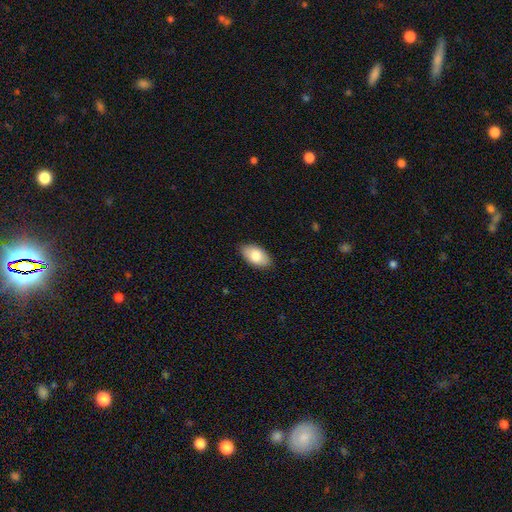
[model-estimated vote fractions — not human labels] Smooth or featured?
  - smooth: 81% *
  - featured or disk: 13%
  - star or artifact: 6%
How rounded?
  - in between: 95% *
  - round: 4%
  - cigar-shaped: 2%
Merging?
  - none: 86% *
  - minor disturbance: 11%
  - major disturbance: 2%
  - merger: 1%